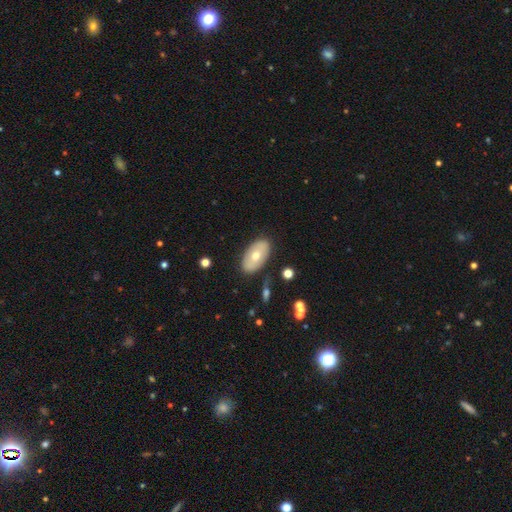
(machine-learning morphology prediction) A smooth galaxy with no disk features (59%) that is in between round and cigar-shaped (93%).

Vote fractions:
- Smooth or featured? smooth: 59% / featured or disk: 35% / star or artifact: 6%
- How rounded? in between: 93% / round: 5% / cigar-shaped: 2%
- Merging? none: 83% / minor disturbance: 12% / major disturbance: 3% / merger: 2%